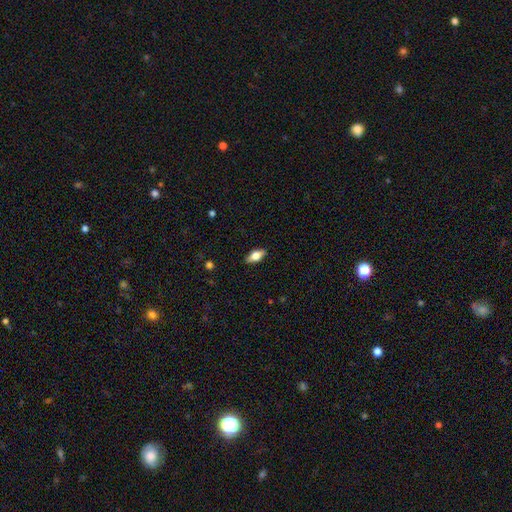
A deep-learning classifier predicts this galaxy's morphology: Smooth or featured?
  - smooth: 63% *
  - featured or disk: 30%
  - star or artifact: 7%
How rounded?
  - in between: 81% *
  - cigar-shaped: 15%
  - round: 4%
Merging?
  - none: 88% *
  - minor disturbance: 9%
  - major disturbance: 2%
  - merger: 1%